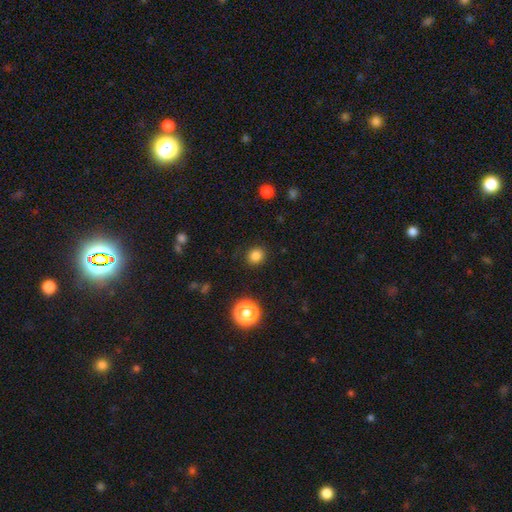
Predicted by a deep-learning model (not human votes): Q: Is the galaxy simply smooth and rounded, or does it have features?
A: smooth — 82%.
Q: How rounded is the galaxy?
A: round — 81%.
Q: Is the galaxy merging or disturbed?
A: none — 89%.